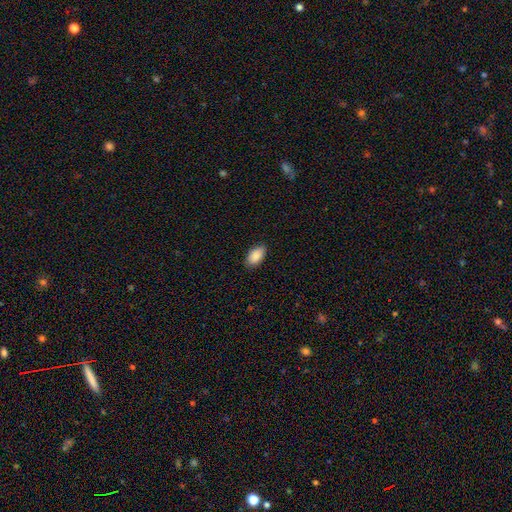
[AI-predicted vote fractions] A smooth galaxy with no disk features (89%) that is in between round and cigar-shaped (94%).

Vote fractions:
- Smooth or featured? smooth: 89% / star or artifact: 6% / featured or disk: 4%
- How rounded? in between: 94% / round: 4% / cigar-shaped: 2%
- Merging? none: 85% / minor disturbance: 12% / major disturbance: 2% / merger: 1%